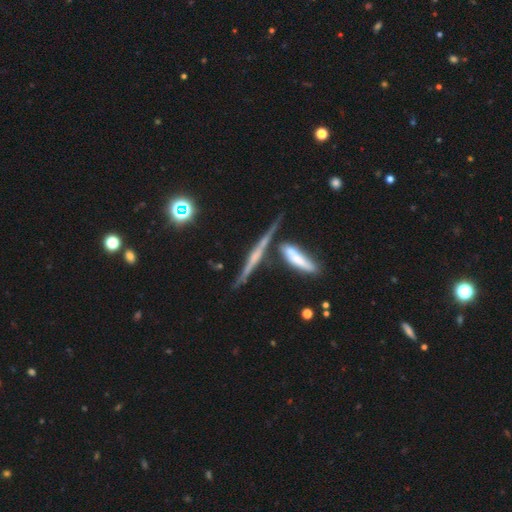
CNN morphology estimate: The model was most divided on "edge-on bulge": rounded: 48%, none: 30%, boxy: 21%. More confident: edge-on disk — yes (95%); smooth or featured — featured or disk (73%); merging — none (62%).